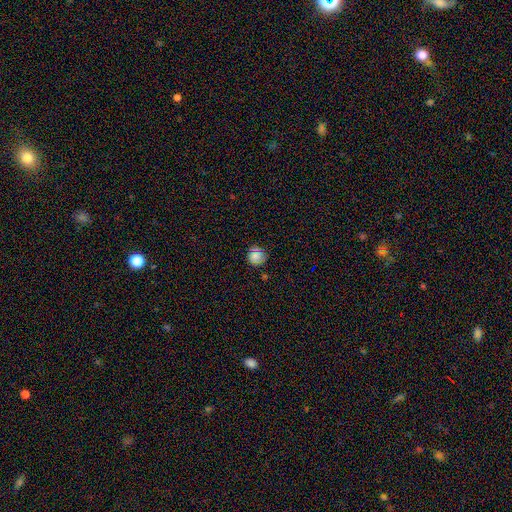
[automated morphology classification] Overall: smooth (76%). How rounded: round (92%). Merging: none (84%).